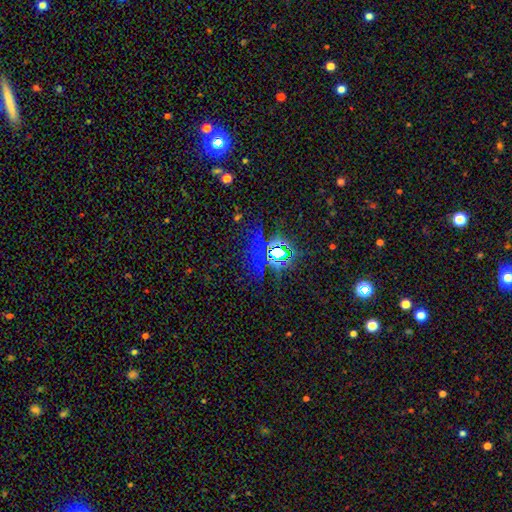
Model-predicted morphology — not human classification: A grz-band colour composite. It shows a star or artifact, not a galaxy (59%).